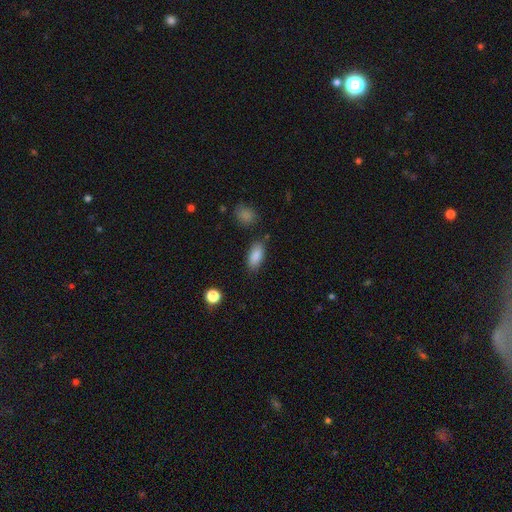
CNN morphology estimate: smooth_or_featured: smooth (p=0.88) [alt: star or artifact p=0.07]
how_rounded: in between (p=0.88) [alt: cigar-shaped p=0.09]
merging: none (p=0.81) [alt: minor disturbance p=0.12]